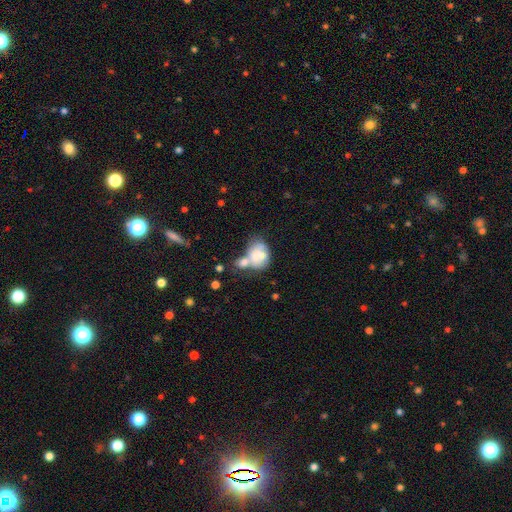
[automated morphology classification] smooth_or_featured: smooth (p=0.59) [alt: featured or disk p=0.32]
how_rounded: in between (p=0.69) [alt: round p=0.30]
merging: merger (p=0.56) [alt: none p=0.19]